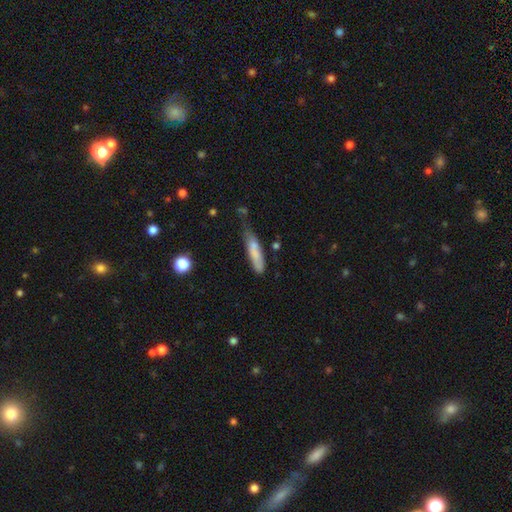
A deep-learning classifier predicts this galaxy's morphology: Q: Smooth or featured?
A: smooth (76%); runner-up: featured or disk (17%)
Q: How rounded?
A: cigar-shaped (75%); runner-up: in between (24%)
Q: Merging?
A: none (40%); runner-up: minor disturbance (38%)